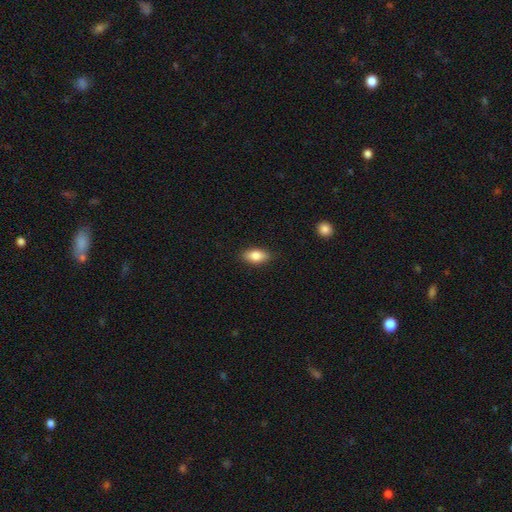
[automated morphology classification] This is clearly a smooth galaxy (81%). How rounded: clearly in between (88%). Merging: clearly none (87%).